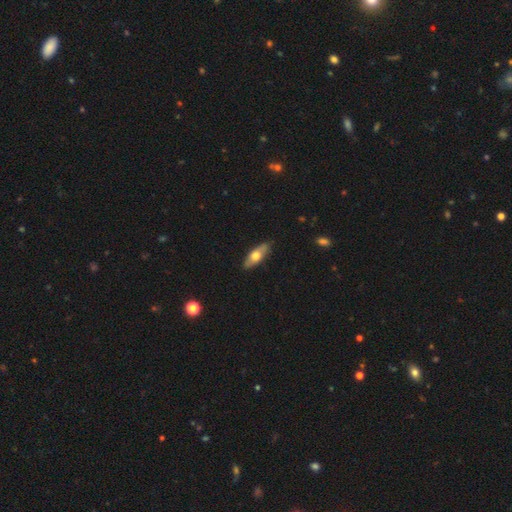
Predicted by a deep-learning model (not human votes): Smooth or featured: smooth — 57% (featured or disk — 38%)
How rounded: in between — 68% (cigar-shaped — 29%)
Merging: none — 86% (minor disturbance — 11%)